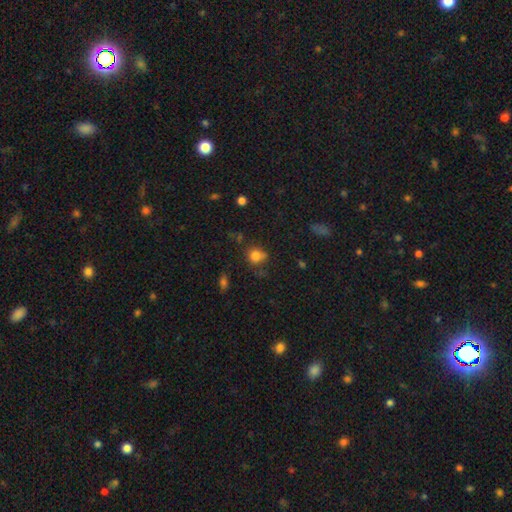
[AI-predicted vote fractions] Morphology: type=smooth (79%); roundness=round (74%); merging=none (59%).